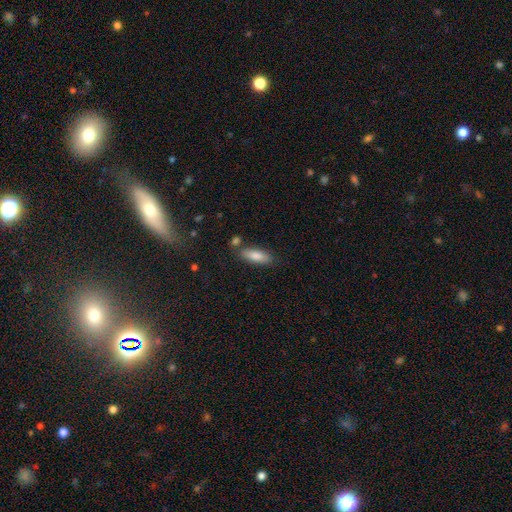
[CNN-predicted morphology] A smooth galaxy with no disk features (81%) that is in between round and cigar-shaped (60%).

Vote fractions:
- Smooth or featured? smooth: 81% / featured or disk: 12% / star or artifact: 7%
- How rounded? in between: 60% / cigar-shaped: 38% / round: 2%
- Merging? none: 78% / minor disturbance: 12% / merger: 7% / major disturbance: 3%